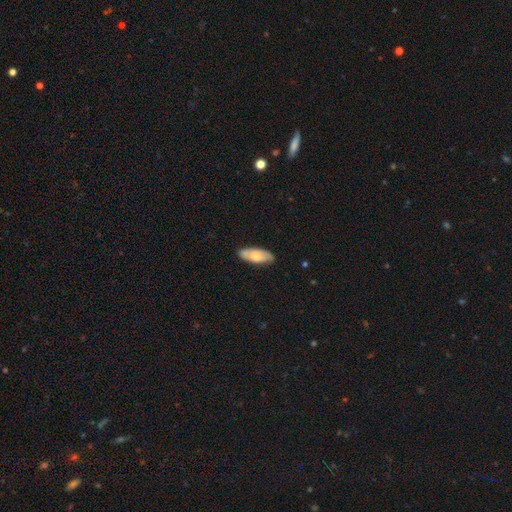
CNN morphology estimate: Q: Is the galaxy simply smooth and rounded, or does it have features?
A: smooth — 66%.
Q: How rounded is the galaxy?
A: in between — 77%.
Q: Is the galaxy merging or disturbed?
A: none — 81%.